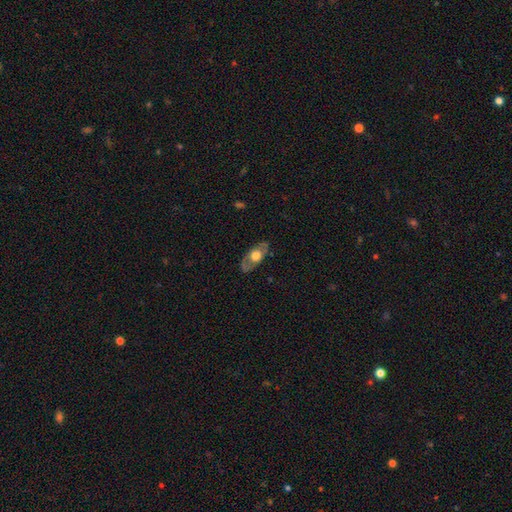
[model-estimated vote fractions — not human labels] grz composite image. It shows a featured or disk galaxy (54%). Merging: none (80%).